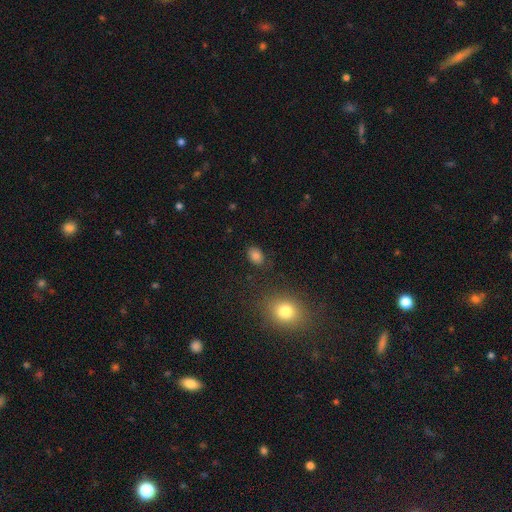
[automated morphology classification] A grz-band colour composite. It shows a smooth galaxy with no disk features (82%) that is in between round and cigar-shaped (72%). Merging: none (84%).